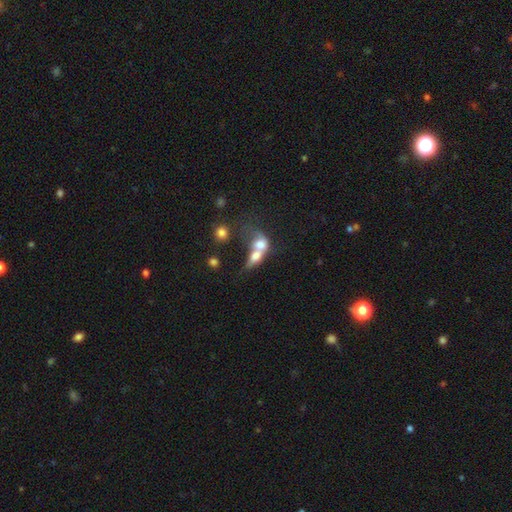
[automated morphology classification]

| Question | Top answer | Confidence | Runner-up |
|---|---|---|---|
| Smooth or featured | smooth | 65% | featured or disk (25%) |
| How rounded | in between | 60% | round (35%) |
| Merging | merger | 77% | none (11%) |